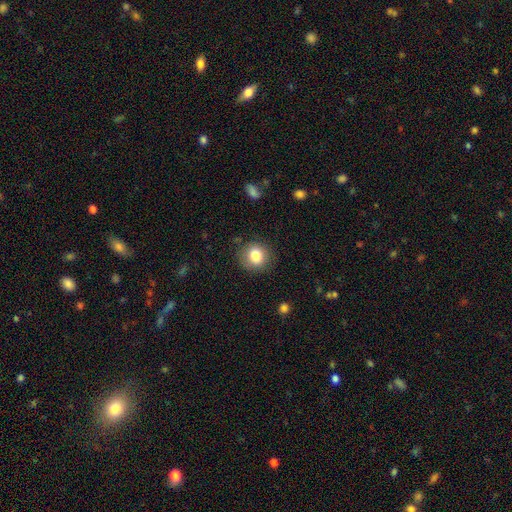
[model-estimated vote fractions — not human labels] Overall: smooth (82%). How rounded: round (80%). Merging: none (86%).